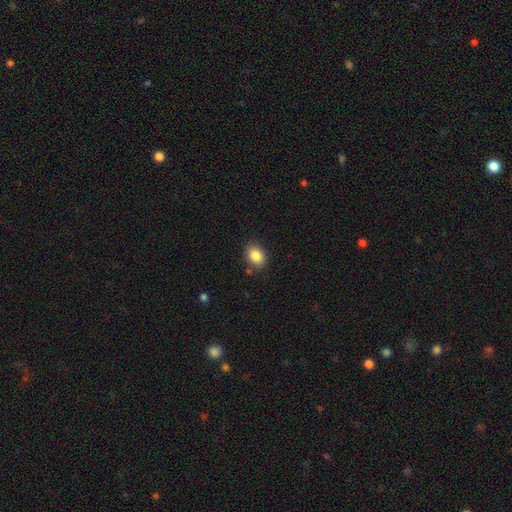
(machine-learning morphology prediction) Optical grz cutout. It shows a smooth galaxy with no disk features (85%) that is in between round and cigar-shaped (69%). Merging: none (86%).